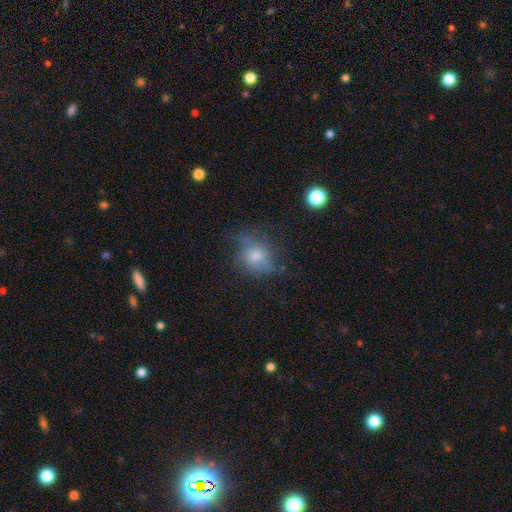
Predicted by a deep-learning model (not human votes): Smooth or featured? Predicted: smooth (p=0.51). How rounded? Predicted: round (p=0.58). Merging? Predicted: none (p=0.57).